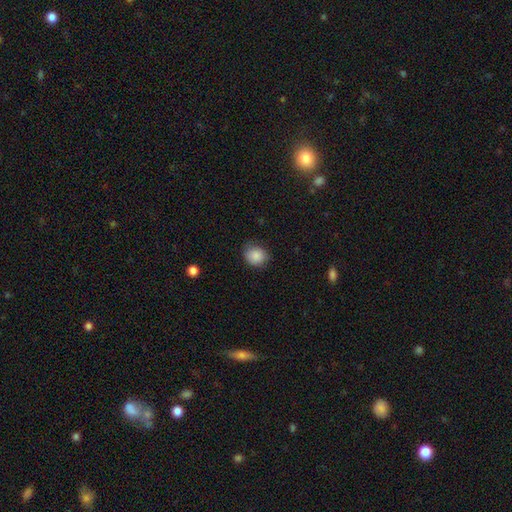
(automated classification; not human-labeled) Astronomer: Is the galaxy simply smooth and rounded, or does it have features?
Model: smooth — 88%.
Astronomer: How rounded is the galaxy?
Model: round — 74%.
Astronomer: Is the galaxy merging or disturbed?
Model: none — 77%.